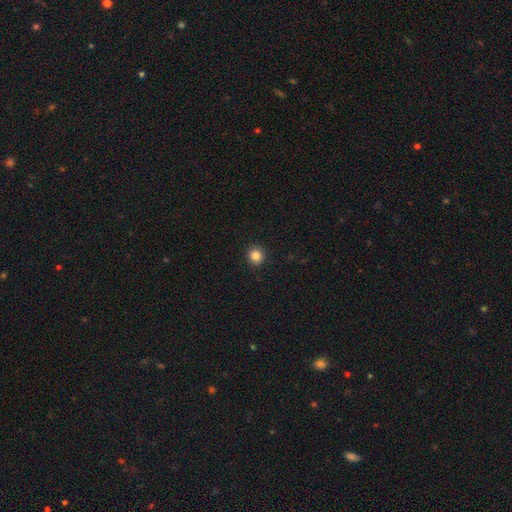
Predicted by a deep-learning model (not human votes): A smooth galaxy with no disk features (85%) that is round (90%).

Vote fractions:
- Smooth or featured? smooth: 85% / star or artifact: 11% / featured or disk: 5%
- How rounded? round: 90% / in between: 9% / cigar-shaped: 1%
- Merging? none: 93% / minor disturbance: 5% / major disturbance: 1% / merger: 1%